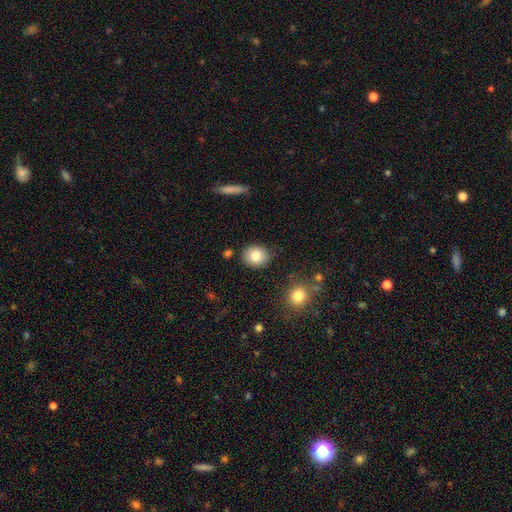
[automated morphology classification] Smooth or featured? Predicted: smooth (p=0.82). How rounded? Predicted: round (p=0.75). Merging? Predicted: none (p=0.86).